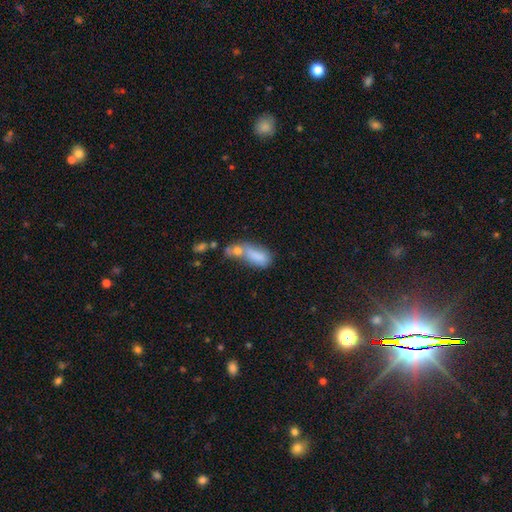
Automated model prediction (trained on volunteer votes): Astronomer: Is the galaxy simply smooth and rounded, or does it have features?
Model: smooth — 74%.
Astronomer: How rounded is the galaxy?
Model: in between — 79%.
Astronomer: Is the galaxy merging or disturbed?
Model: merger — 56%.